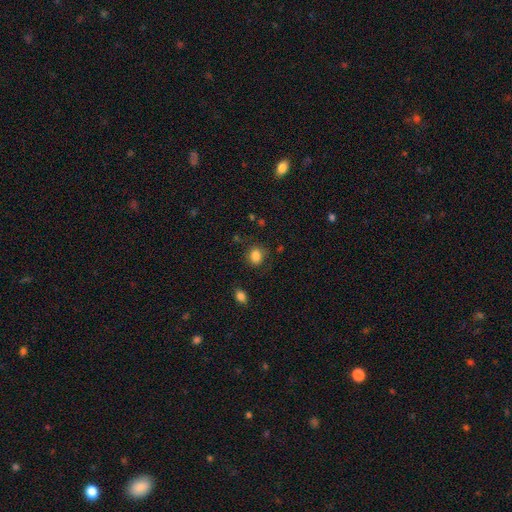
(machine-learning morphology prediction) smooth 85%, star or artifact 10%, featured or disk 5%. Down the decision tree: how rounded — round (64%); merging — none (79%).